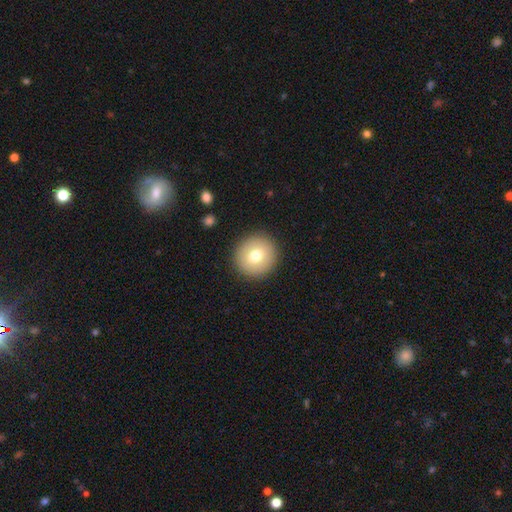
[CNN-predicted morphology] A smooth galaxy with no disk features (73%) that is round (93%). Merging: none (91%).